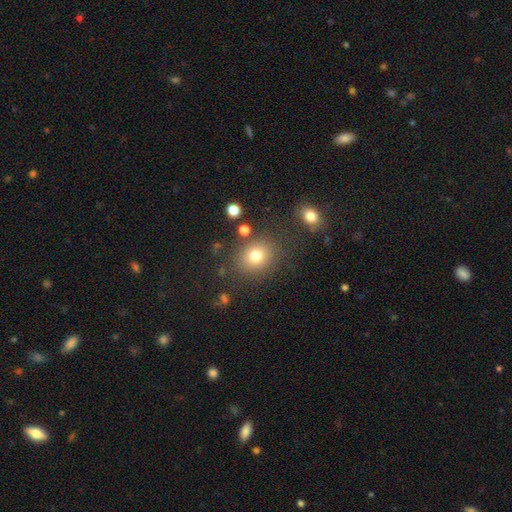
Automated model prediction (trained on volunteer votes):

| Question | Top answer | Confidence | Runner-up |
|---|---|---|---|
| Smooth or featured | smooth | 77% | star or artifact (14%) |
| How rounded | round | 69% | in between (30%) |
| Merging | none | 80% | minor disturbance (11%) |